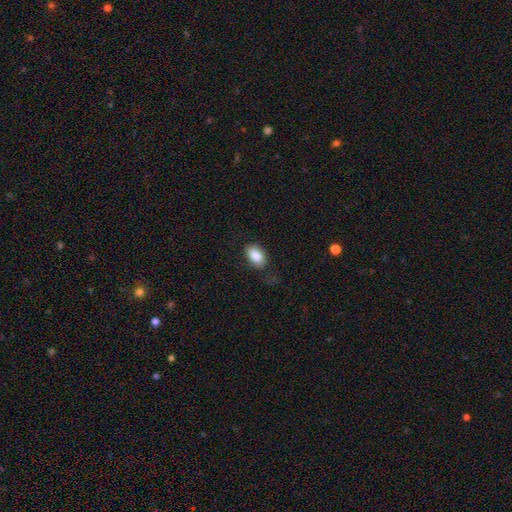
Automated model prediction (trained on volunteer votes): The model was most divided on "merging": none: 72%, minor disturbance: 19%, major disturbance: 8%, merger: 1%. More confident: how rounded — in between (89%); smooth or featured — smooth (86%).